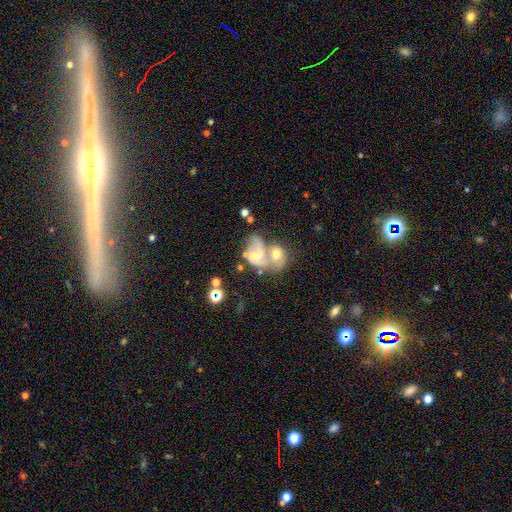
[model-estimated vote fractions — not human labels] This is likely a featured or disk galaxy (62%). It is clearly not viewed edge-on (97%). Bar: possibly no (57%). Spiral arm pattern: likely yes (74%). Central bulge: marginally moderate (41%). Merging: likely merger (67%).